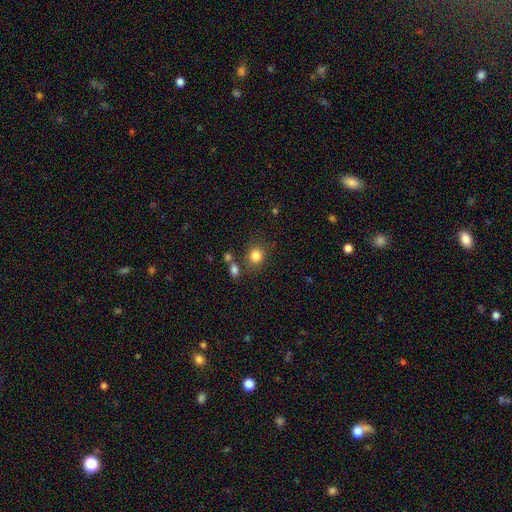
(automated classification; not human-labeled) Smooth or featured: smooth — 84% (star or artifact — 11%)
How rounded: round — 75% (in between — 24%)
Merging: none — 75% (minor disturbance — 12%)